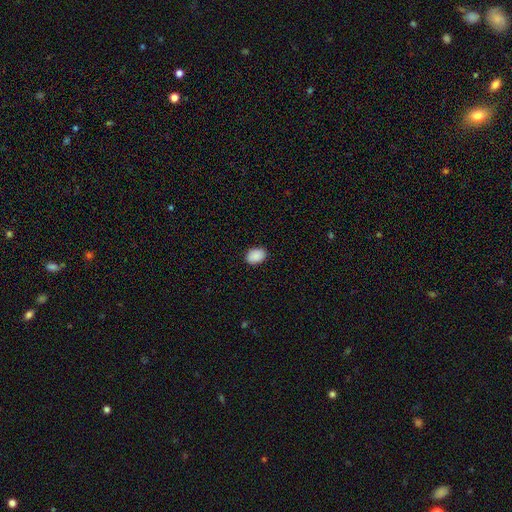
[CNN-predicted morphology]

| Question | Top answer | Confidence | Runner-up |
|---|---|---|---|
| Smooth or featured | smooth | 90% | star or artifact (7%) |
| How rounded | in between | 78% | round (21%) |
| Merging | none | 89% | minor disturbance (8%) |